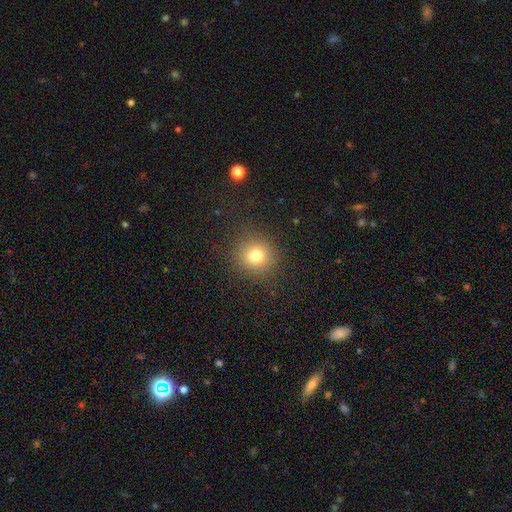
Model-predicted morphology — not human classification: This appears to be a smooth galaxy with no disk features (76%) that is round (90%). Merging: none (87%).